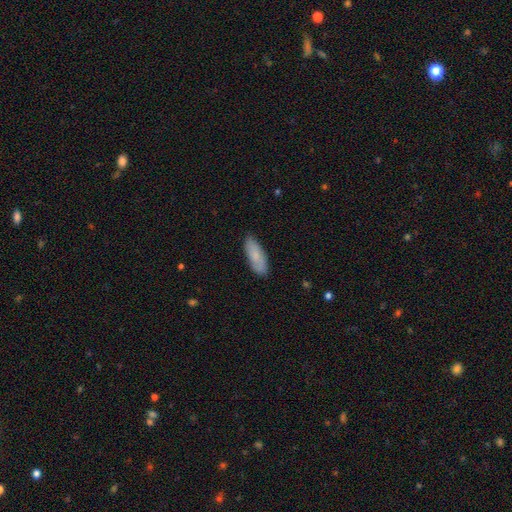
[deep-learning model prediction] Smooth or featured: smooth — 77% (featured or disk — 17%)
How rounded: in between — 70% (cigar-shaped — 28%)
Merging: none — 84% (minor disturbance — 13%)